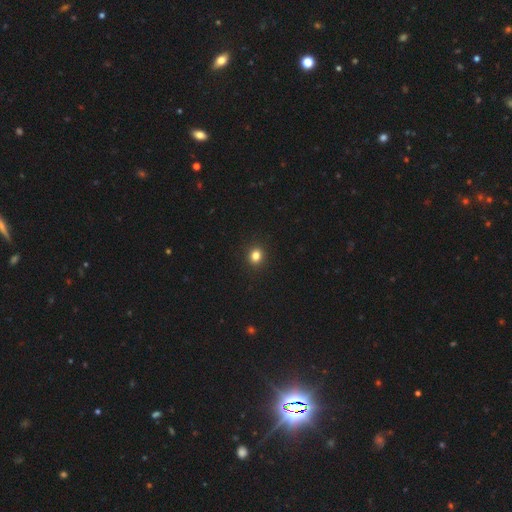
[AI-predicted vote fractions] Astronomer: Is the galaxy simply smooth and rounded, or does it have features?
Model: smooth — 83%.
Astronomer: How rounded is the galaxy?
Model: round — 75%.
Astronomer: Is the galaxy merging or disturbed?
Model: none — 92%.